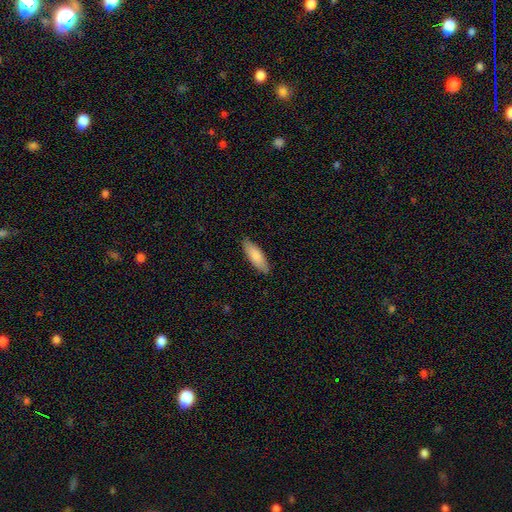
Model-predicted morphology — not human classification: smooth_or_featured: smooth (p=0.82) [alt: featured or disk p=0.12]
how_rounded: in between (p=0.58) [alt: cigar-shaped p=0.40]
merging: none (p=0.86) [alt: minor disturbance p=0.11]